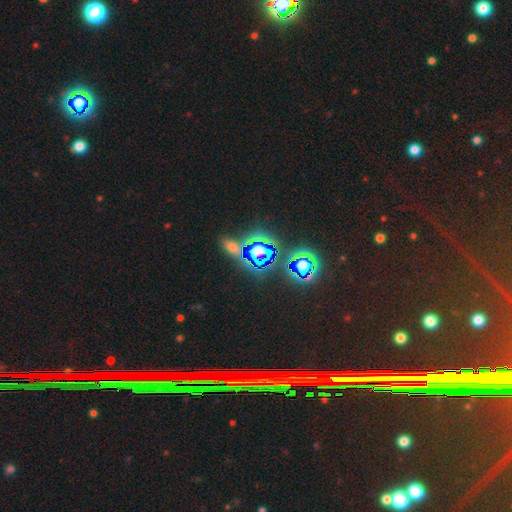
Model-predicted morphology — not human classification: A star or artifact, not a galaxy (83%).